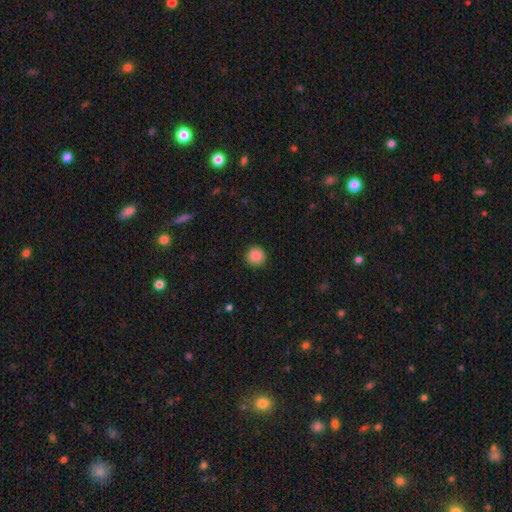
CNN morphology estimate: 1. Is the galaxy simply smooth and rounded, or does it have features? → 87% smooth, 10% star or artifact, 3% featured or disk.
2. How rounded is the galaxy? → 95% round, 4% in between, 1% cigar-shaped.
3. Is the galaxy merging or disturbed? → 92% none, 5% minor disturbance, 2% major disturbance, 1% merger.